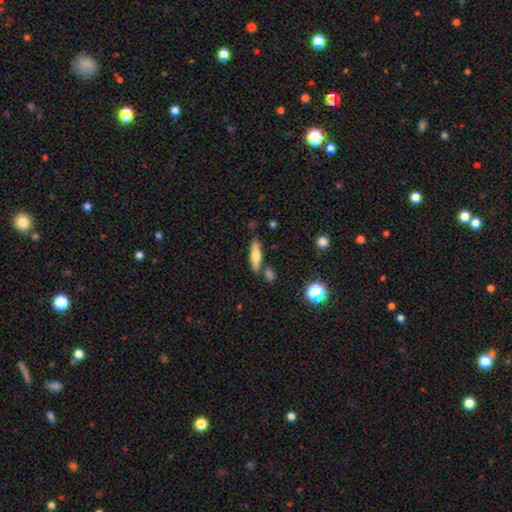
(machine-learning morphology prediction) Smooth or featured?
  - smooth: 58% *
  - featured or disk: 34%
  - star or artifact: 7%
How rounded?
  - cigar-shaped: 69% *
  - in between: 28%
  - round: 3%
Merging?
  - none: 77% *
  - minor disturbance: 12%
  - merger: 8%
  - major disturbance: 3%